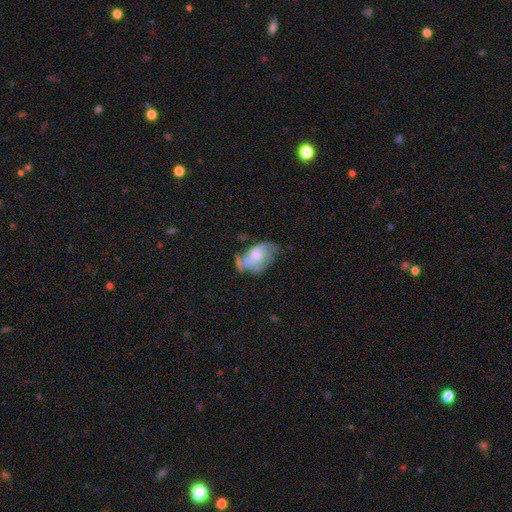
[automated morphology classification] type=featured or disk (51%); edge-on=no (95%); merging=none (29%, tied with minor disturbance).